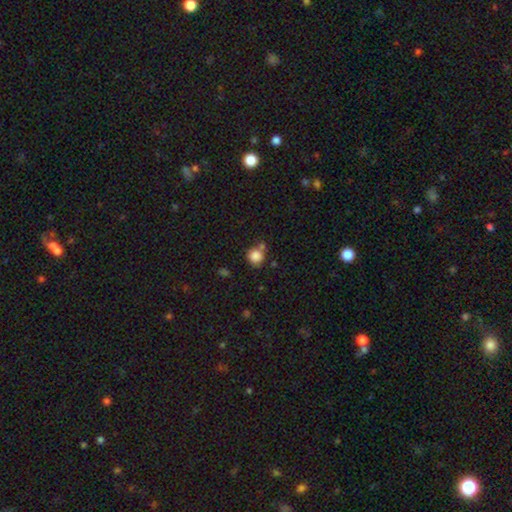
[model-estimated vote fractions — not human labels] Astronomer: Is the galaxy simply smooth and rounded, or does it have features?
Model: smooth — 85%.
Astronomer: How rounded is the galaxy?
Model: round — 88%.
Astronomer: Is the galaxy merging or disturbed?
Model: none — 61%.